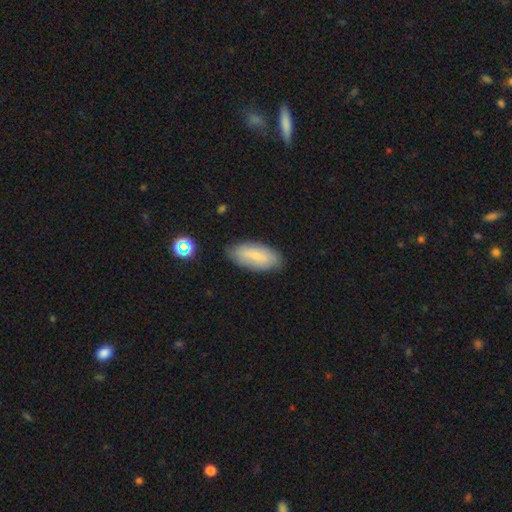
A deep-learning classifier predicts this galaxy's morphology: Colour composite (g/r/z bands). It shows a smooth galaxy with no disk features (63%) that is in between round and cigar-shaped (90%). Merging: none (80%).